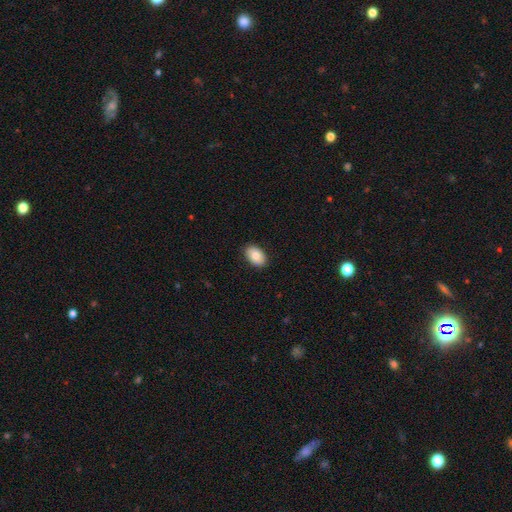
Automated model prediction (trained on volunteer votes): smooth-or-featured: smooth: 84% | featured or disk: 10% | star or artifact: 7%
  how-rounded: in between: 88% | round: 11% | cigar-shaped: 1%
  merging: none: 89% | minor disturbance: 9% | major disturbance: 2% | merger: 1%